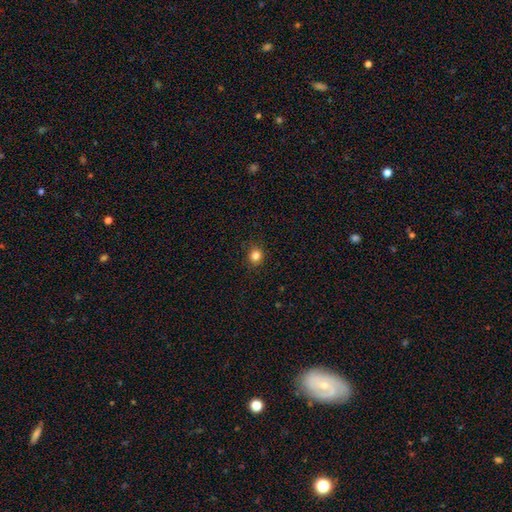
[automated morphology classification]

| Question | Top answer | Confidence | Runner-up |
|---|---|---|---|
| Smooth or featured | smooth | 82% | star or artifact (13%) |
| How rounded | round | 85% | in between (14%) |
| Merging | none | 88% | minor disturbance (9%) |